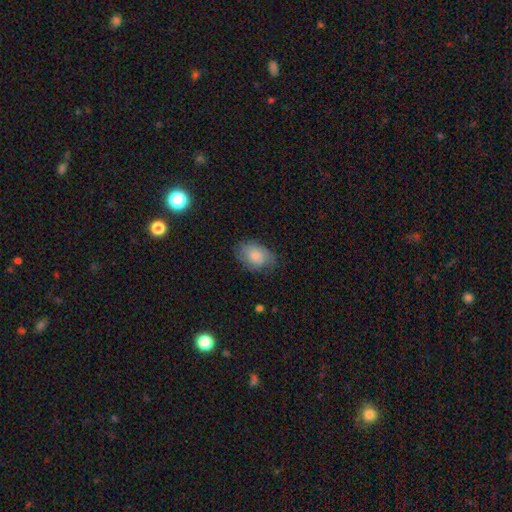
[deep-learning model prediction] This is likely a smooth galaxy (76%). How rounded: clearly in between (85%). Merging: likely none (69%).